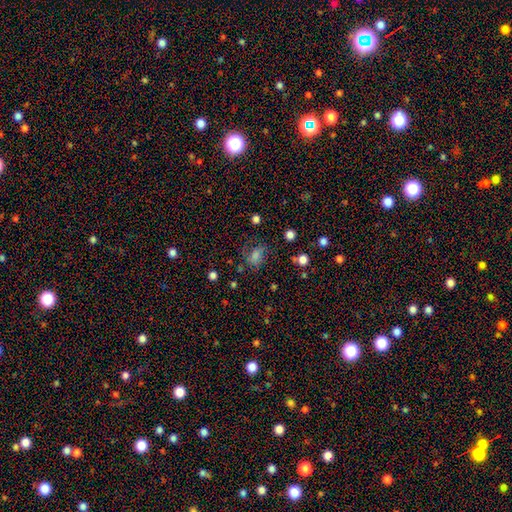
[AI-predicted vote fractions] smooth-or-featured: smooth: 51% | featured or disk: 24% | star or artifact: 24%
  how-rounded: in between: 55% | round: 43% | cigar-shaped: 2%
  merging: none: 56% | minor disturbance: 22% | major disturbance: 18% | merger: 3%